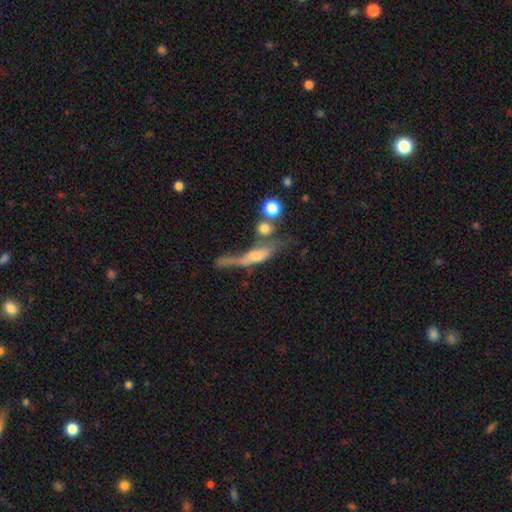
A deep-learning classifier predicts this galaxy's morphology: Smooth or featured? Predicted: featured or disk (p=0.53). Edge-on disk? Predicted: yes (p=0.64). Merging? Predicted: none (p=0.28).